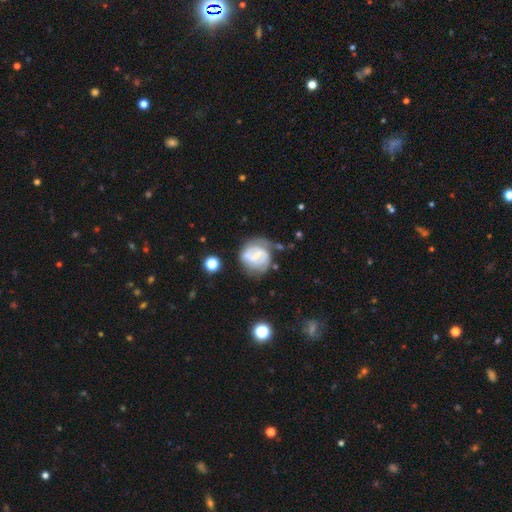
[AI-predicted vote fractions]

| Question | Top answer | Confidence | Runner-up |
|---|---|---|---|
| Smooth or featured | featured or disk | 70% | smooth (23%) |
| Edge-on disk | no | 98% | yes (2%) |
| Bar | weak | 49% | strong (27%) |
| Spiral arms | yes | 81% | no (19%) |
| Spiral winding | tight | 45% | medium (39%) |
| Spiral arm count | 2 | 62% | can't tell (21%) |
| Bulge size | small | 51% | moderate (23%) |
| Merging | none | 51% | minor disturbance (26%) |